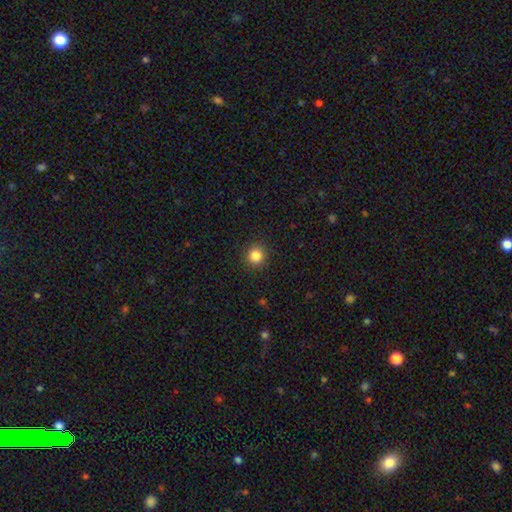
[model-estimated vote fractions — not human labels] Overall: smooth (85%). How rounded: round (93%). Merging: none (92%).